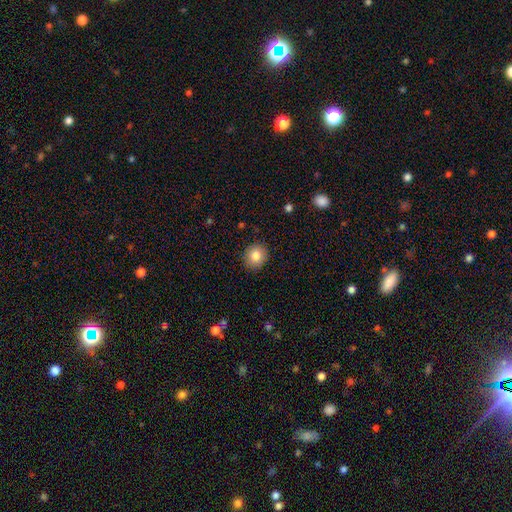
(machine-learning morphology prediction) Smooth or featured? smooth (83%)
How rounded? round (83%)
Merging? none (89%)